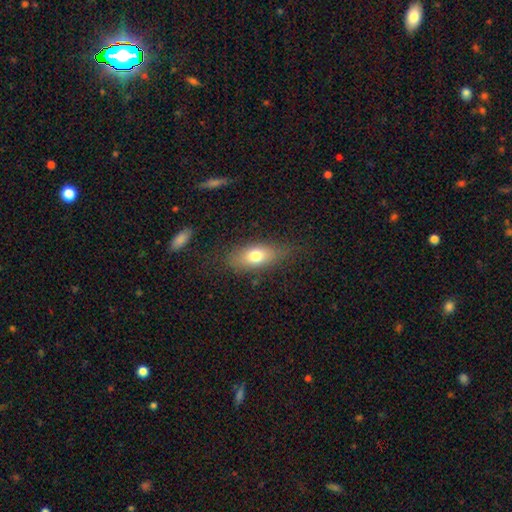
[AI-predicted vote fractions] smooth_or_featured: smooth (p=0.73) [alt: featured or disk p=0.18]
how_rounded: in between (p=0.81) [alt: cigar-shaped p=0.12]
merging: none (p=0.73) [alt: minor disturbance p=0.19]